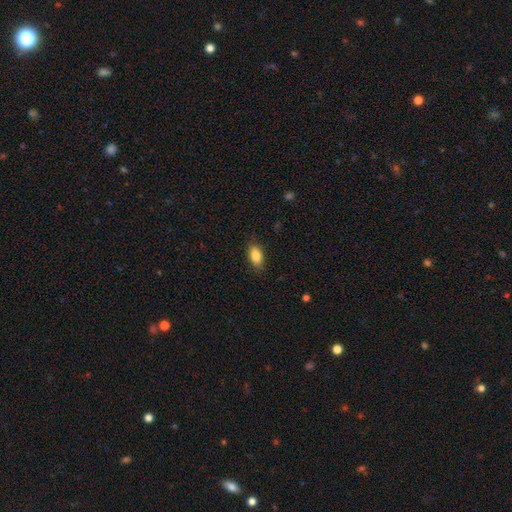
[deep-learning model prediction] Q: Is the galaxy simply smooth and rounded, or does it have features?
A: smooth — 86%.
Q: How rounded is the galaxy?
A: in between — 90%.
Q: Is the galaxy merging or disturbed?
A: none — 85%.